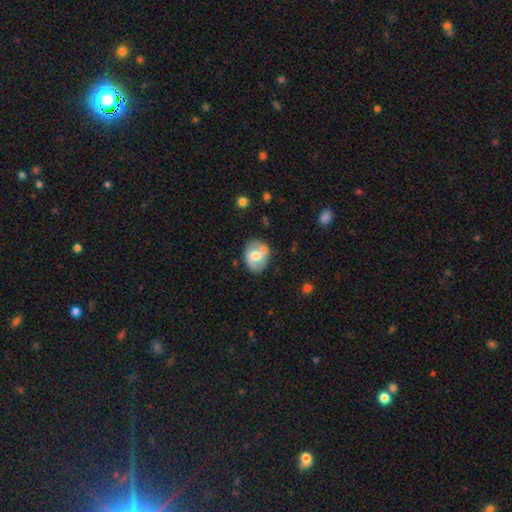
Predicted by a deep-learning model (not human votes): Morphology: type=featured or disk (52%); edge-on=no (95%); merging=none (69%).